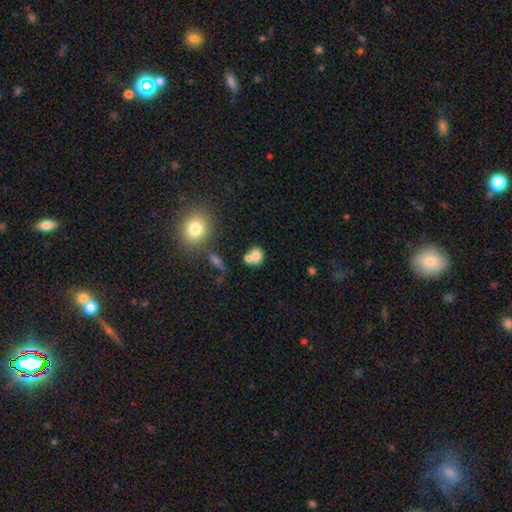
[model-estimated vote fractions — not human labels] This is likely a smooth galaxy (73%). How rounded: likely round (69%). Merging: possibly merger (49%).